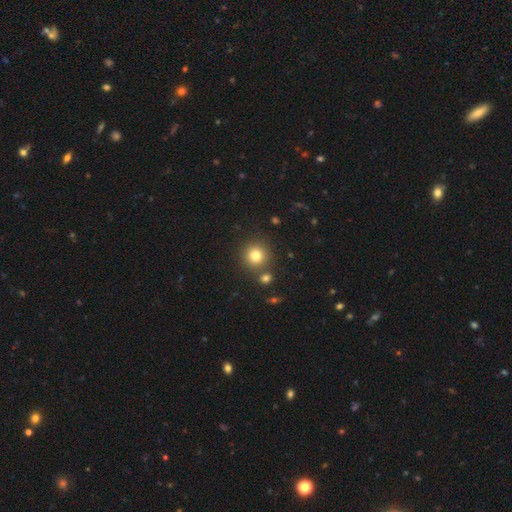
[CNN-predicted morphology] This appears to be a smooth galaxy with no disk features (79%) that is round (93%). Merging: none (81%).